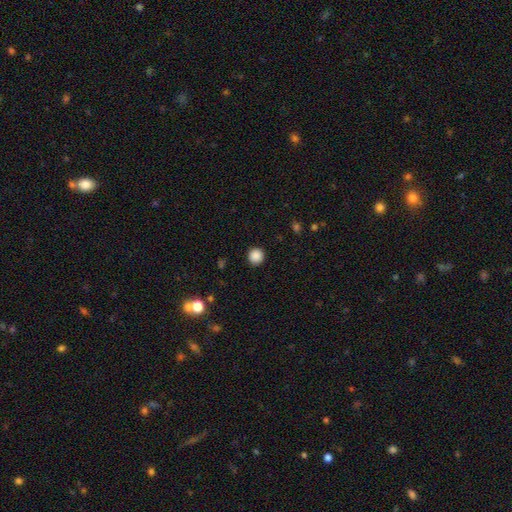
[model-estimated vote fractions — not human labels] Overall: smooth (88%). How rounded: round (94%). Merging: none (92%).